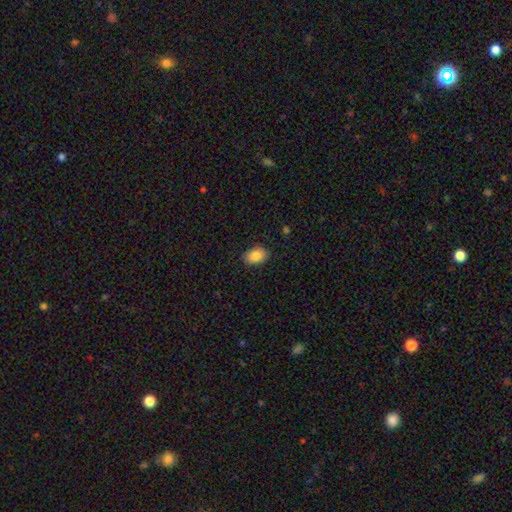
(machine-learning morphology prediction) Smooth or featured: smooth — 87% (star or artifact — 7%)
How rounded: in between — 83% (round — 16%)
Merging: none — 87% (minor disturbance — 10%)